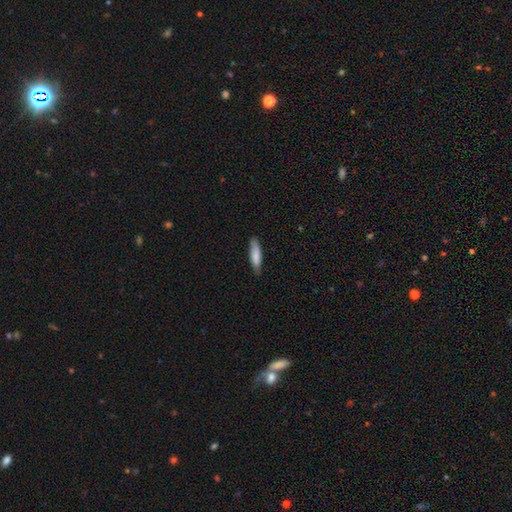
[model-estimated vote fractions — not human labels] A smooth galaxy with no disk features (81%) that is cigar-shaped (71%). Merging: none (81%).